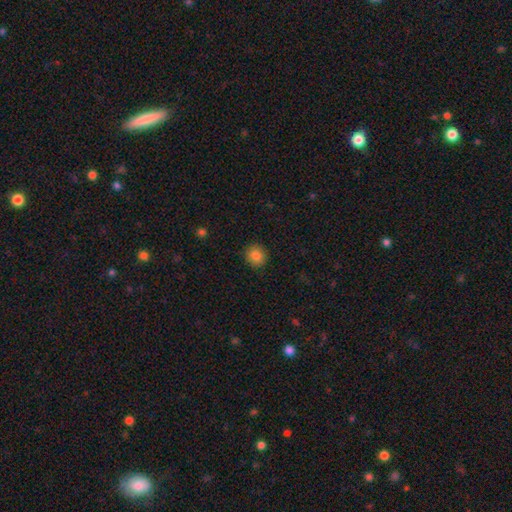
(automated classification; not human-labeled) Smooth or featured: smooth — 84% (star or artifact — 10%)
How rounded: round — 82% (in between — 17%)
Merging: none — 90% (minor disturbance — 7%)